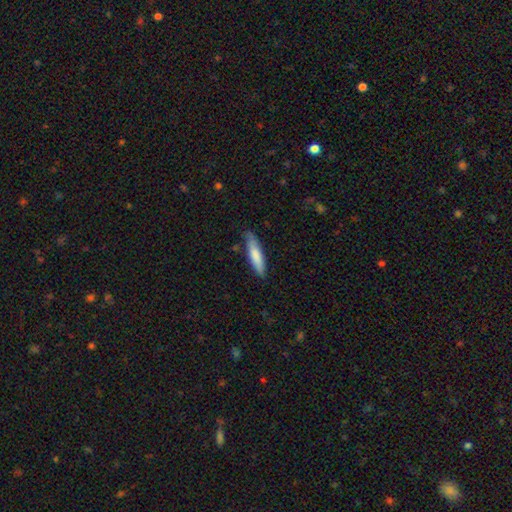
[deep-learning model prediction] Smooth or featured: smooth — 78% (featured or disk — 17%)
How rounded: cigar-shaped — 79% (in between — 20%)
Merging: none — 79% (minor disturbance — 17%)